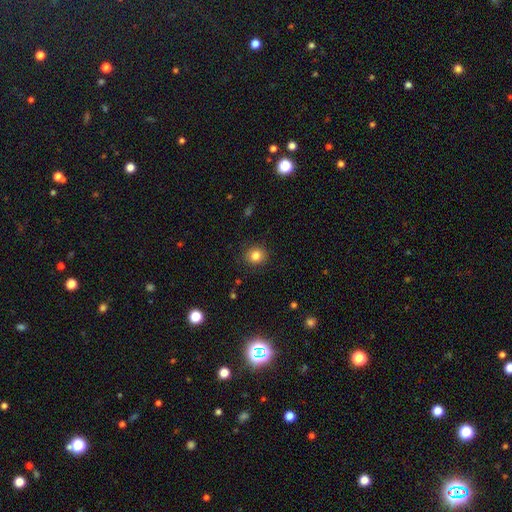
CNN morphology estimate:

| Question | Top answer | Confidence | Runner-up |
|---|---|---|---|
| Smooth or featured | smooth | 82% | star or artifact (12%) |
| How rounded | round | 85% | in between (14%) |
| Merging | none | 89% | minor disturbance (7%) |